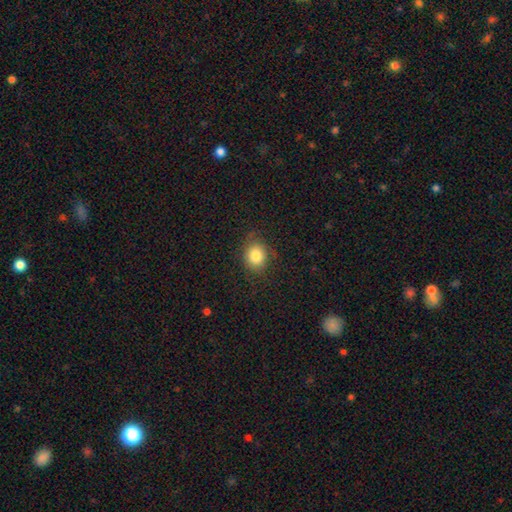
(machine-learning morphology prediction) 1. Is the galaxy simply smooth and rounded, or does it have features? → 82% smooth, 10% star or artifact, 8% featured or disk.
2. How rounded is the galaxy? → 63% round, 36% in between, 1% cigar-shaped.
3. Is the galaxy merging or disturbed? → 78% none, 16% minor disturbance, 4% major disturbance, 1% merger.